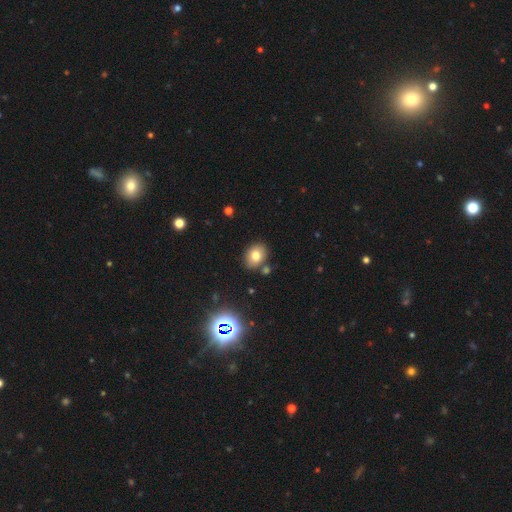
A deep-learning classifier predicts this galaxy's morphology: type=smooth (76%); roundness=in between (59%); merging=none (79%).